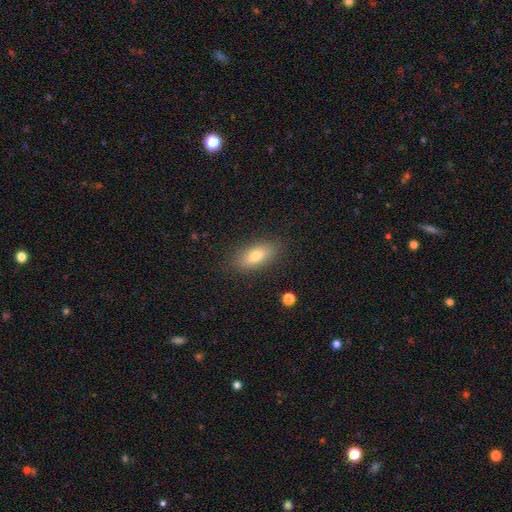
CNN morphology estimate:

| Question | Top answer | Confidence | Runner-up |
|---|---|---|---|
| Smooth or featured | smooth | 74% | featured or disk (17%) |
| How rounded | in between | 81% | cigar-shaped (15%) |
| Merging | none | 85% | minor disturbance (10%) |